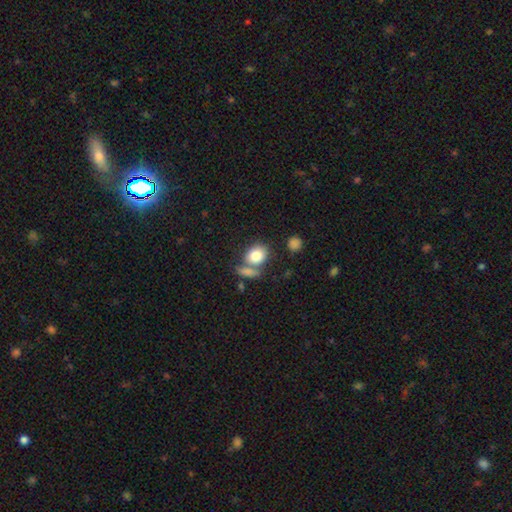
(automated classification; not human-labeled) smooth-or-featured: smooth: 82% | featured or disk: 10% | star or artifact: 8%
  how-rounded: in between: 52% | round: 46% | cigar-shaped: 2%
  merging: none: 52% | merger: 30% | minor disturbance: 12% | major disturbance: 5%